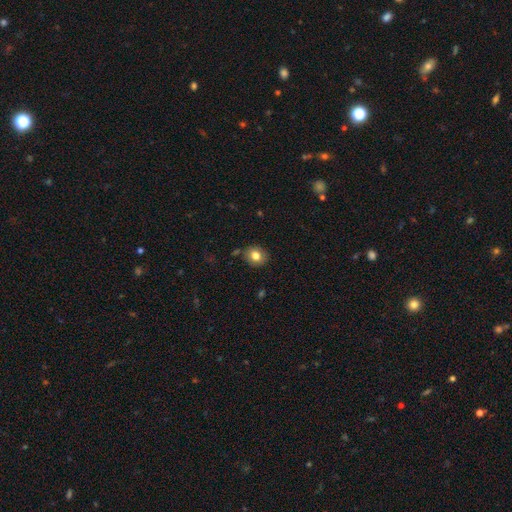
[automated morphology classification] This appears to be a smooth galaxy with no disk features (80%) that is round (73%). Merging: none (85%).